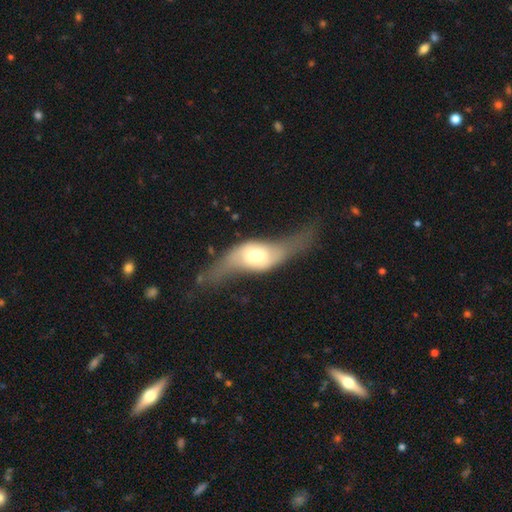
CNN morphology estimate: smooth_or_featured: featured or disk (p=0.71) [alt: smooth p=0.23]
disk_edge_on: no (p=0.66) [alt: yes p=0.34]
merging: none (p=0.43) [alt: major disturbance p=0.29]